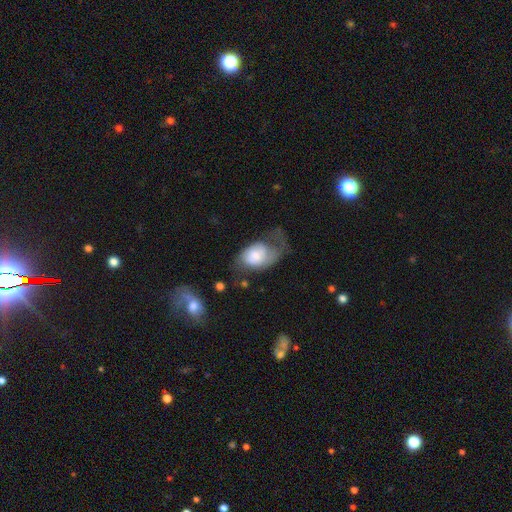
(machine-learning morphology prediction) This is possibly a smooth galaxy (54%). How rounded: clearly in between (82%). Merging: possibly major disturbance (48%).